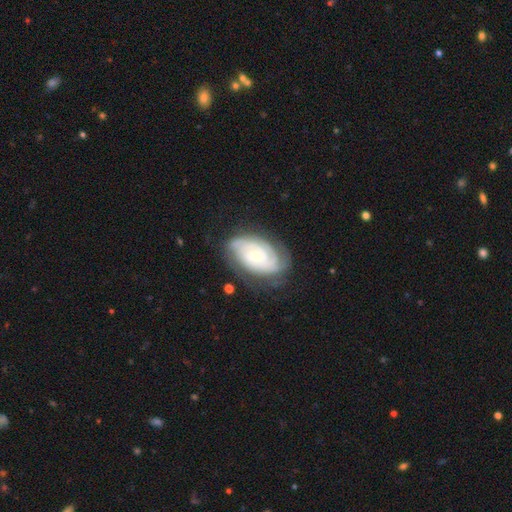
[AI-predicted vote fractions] The model was most divided on "spiral arm count" (2-way tie): can't tell: 30%, 2: 30%, 3: 21%, 4: 9%, 1: 5%, more than 4: 4%. Remaining: edge-on disk — no (96%); spiral arms — yes (96%); smooth or featured — featured or disk (82%); merging — none (73%); spiral winding — tight (70%); bulge size — small (55%); bar — no (46%).